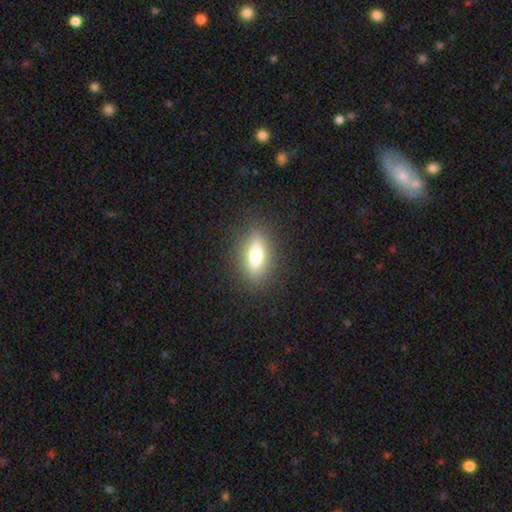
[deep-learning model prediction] Smooth or featured: smooth — 64% (featured or disk — 27%)
How rounded: in between — 67% (cigar-shaped — 26%)
Merging: none — 87% (minor disturbance — 9%)